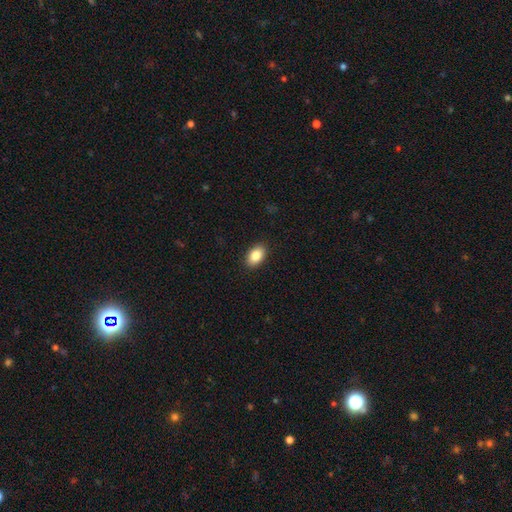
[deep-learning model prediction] Smooth or featured: smooth — 85% (star or artifact — 8%)
How rounded: in between — 90% (round — 9%)
Merging: none — 90% (minor disturbance — 7%)